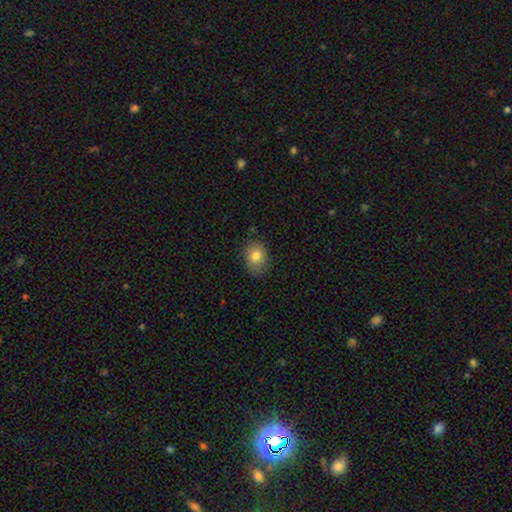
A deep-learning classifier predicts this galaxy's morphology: Smooth or featured? Predicted: smooth (p=0.80). How rounded? Predicted: in between (p=0.53). Merging? Predicted: none (p=0.80).